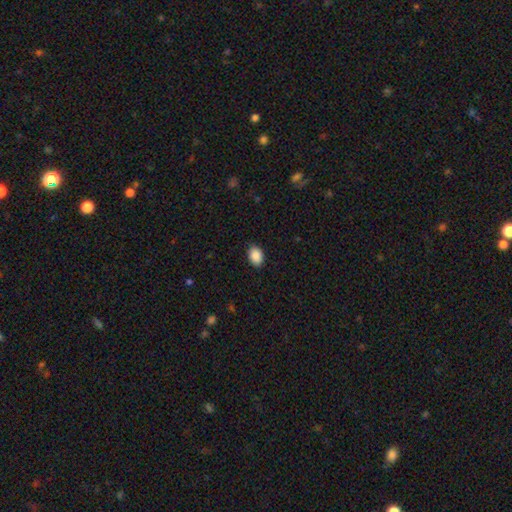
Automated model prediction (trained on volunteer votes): smooth 90%, star or artifact 7%, featured or disk 3%. Down the decision tree: how rounded — in between (83%); merging — none (86%).